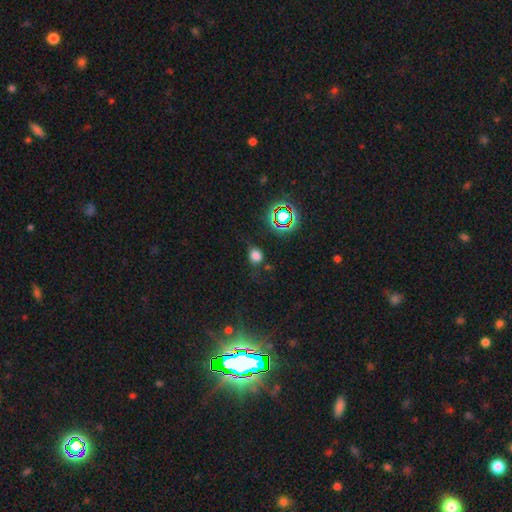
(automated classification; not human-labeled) This appears to be a smooth galaxy with no disk features (68%) that is round (56%). Merging: none (63%).